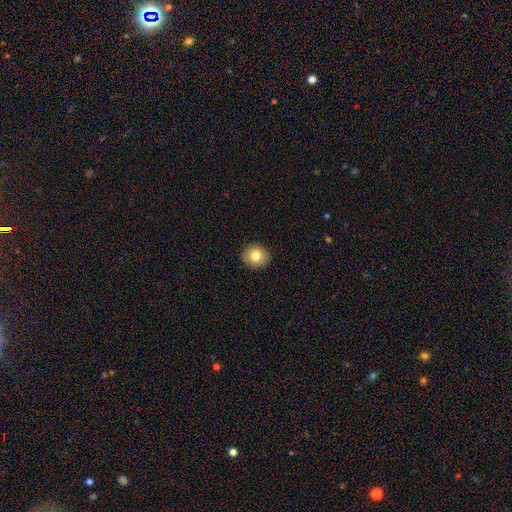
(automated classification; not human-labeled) This appears to be a smooth galaxy with no disk features (80%) that is round (83%). Merging: none (90%).